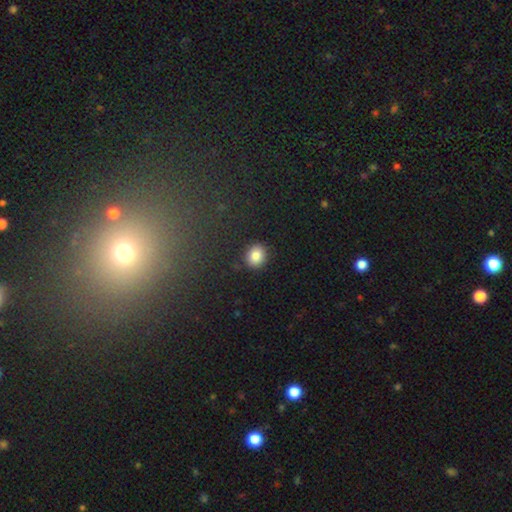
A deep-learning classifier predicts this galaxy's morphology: Q: Smooth or featured?
A: smooth (85%); runner-up: star or artifact (9%)
Q: How rounded?
A: round (71%); runner-up: in between (28%)
Q: Merging?
A: none (89%); runner-up: minor disturbance (8%)